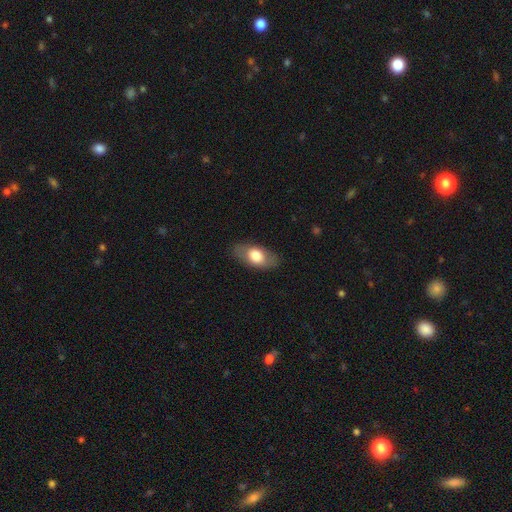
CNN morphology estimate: smooth_or_featured: smooth (p=0.67) [alt: featured or disk p=0.27]
how_rounded: in between (p=0.89) [alt: round p=0.06]
merging: none (p=0.83) [alt: minor disturbance p=0.13]